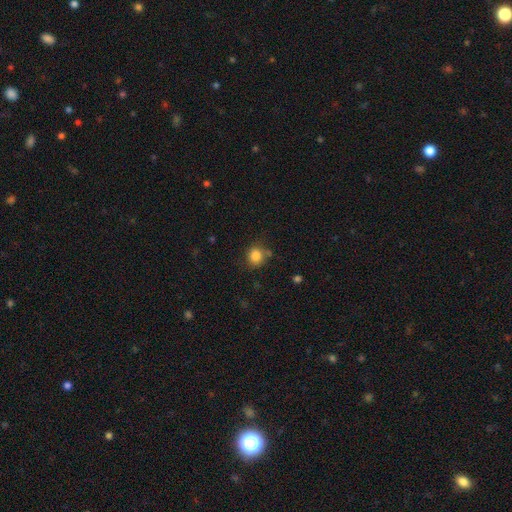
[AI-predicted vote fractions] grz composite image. It shows a smooth galaxy with no disk features (84%) that is round (83%). Merging: none (71%).